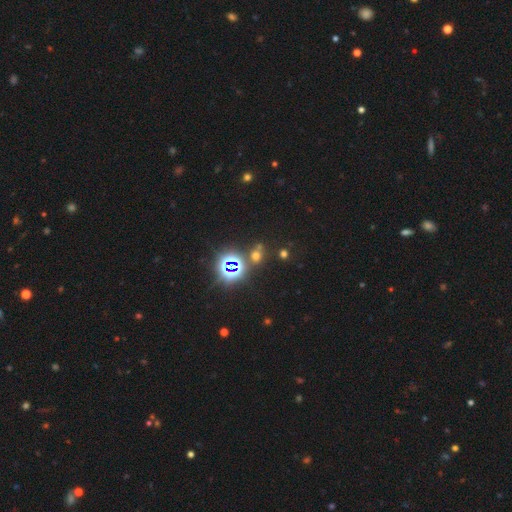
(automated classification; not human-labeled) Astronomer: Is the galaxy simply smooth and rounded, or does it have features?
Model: star or artifact — 52% (runner-up: smooth, 39%).